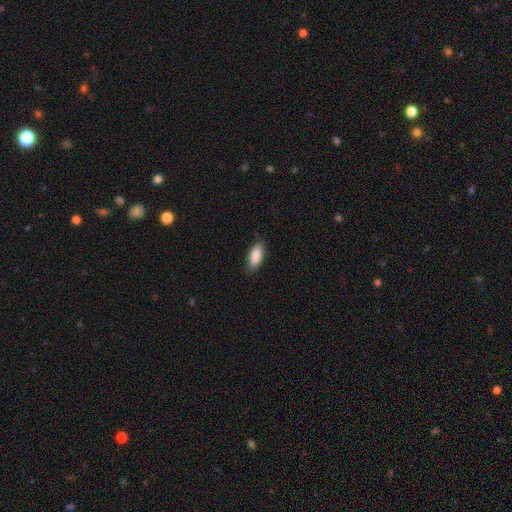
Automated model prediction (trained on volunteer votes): Q: Smooth or featured?
A: smooth (88%); runner-up: star or artifact (6%)
Q: How rounded?
A: in between (84%); runner-up: cigar-shaped (14%)
Q: Merging?
A: none (83%); runner-up: minor disturbance (14%)